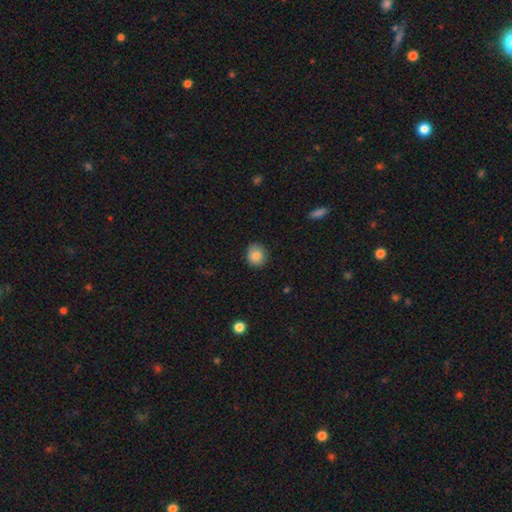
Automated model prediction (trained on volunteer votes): Smooth or featured: smooth — 85% (star or artifact — 9%)
How rounded: round — 81% (in between — 18%)
Merging: none — 86% (minor disturbance — 11%)